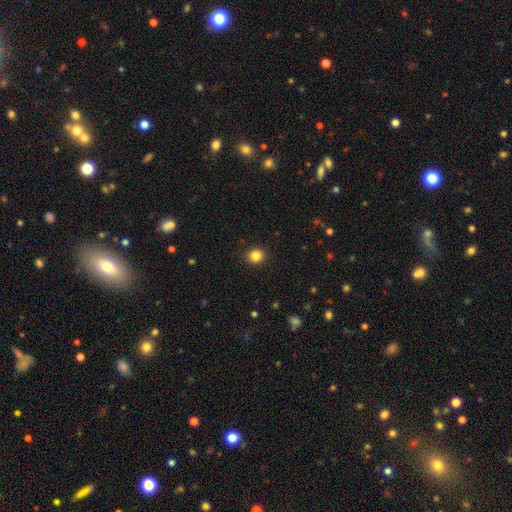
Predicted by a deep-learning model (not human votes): A smooth galaxy with no disk features (85%) that is round (83%). Merging: none (92%).